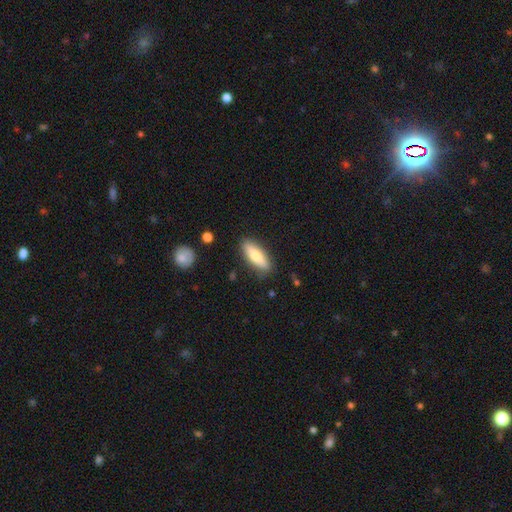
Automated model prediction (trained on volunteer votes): smooth 64%, featured or disk 30%, star or artifact 6%. Down the decision tree: how rounded — in between (52%); merging — none (86%).